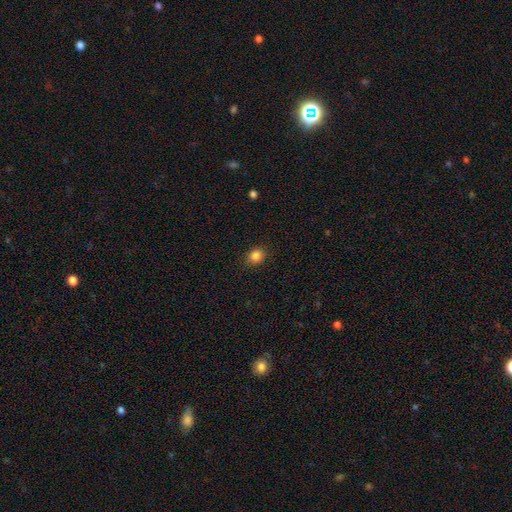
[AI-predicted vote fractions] This is clearly a smooth galaxy (85%). How rounded: likely round (61%). Merging: clearly none (88%).